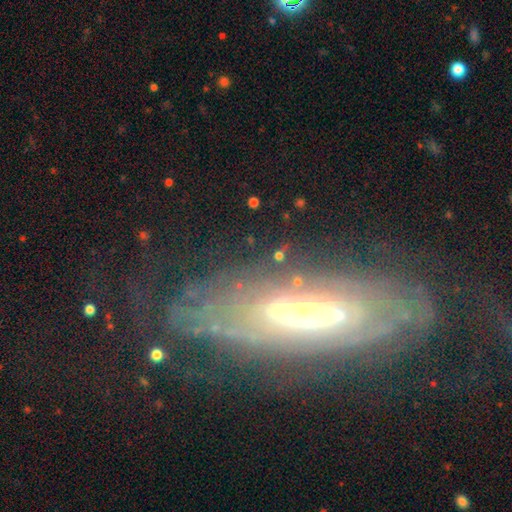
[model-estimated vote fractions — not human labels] Morphology: type=featured or disk (79%); edge-on=no (73%); bar=no (38%); spiral arms=yes (79%); bulge=moderate (48%); merging=none (68%).